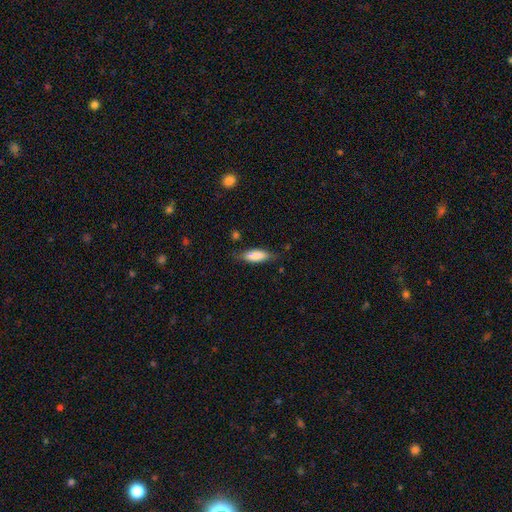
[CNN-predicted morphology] Smooth or featured?
  - smooth: 81% *
  - featured or disk: 13%
  - star or artifact: 6%
How rounded?
  - in between: 66% *
  - cigar-shaped: 32%
  - round: 2%
Merging?
  - none: 71% *
  - minor disturbance: 22%
  - major disturbance: 6%
  - merger: 2%